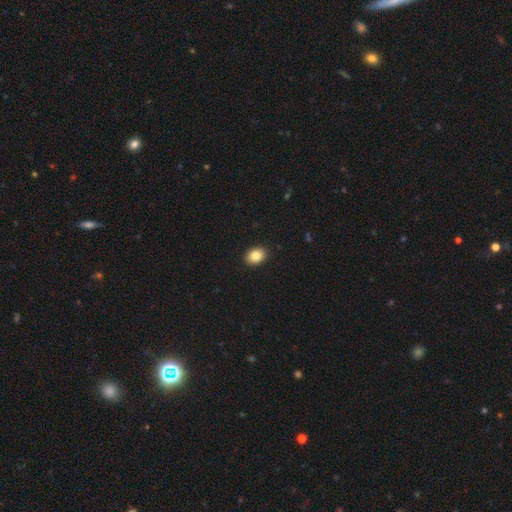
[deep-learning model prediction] This is clearly a smooth galaxy (84%). How rounded: likely in between (72%). Merging: clearly none (91%).